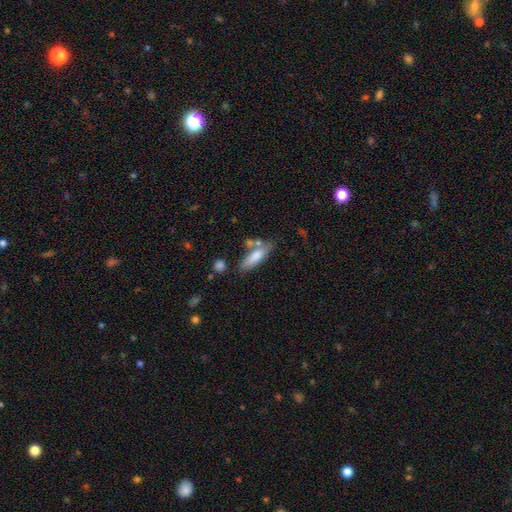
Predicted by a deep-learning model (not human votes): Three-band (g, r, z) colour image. It shows a smooth galaxy with no disk features (77%) that is in between round and cigar-shaped (49%, tied with cigar-shaped). Merging: none (61%).